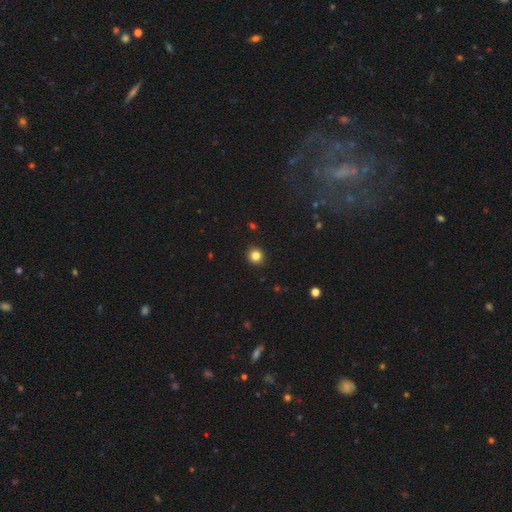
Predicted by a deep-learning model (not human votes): smooth 83%, star or artifact 12%, featured or disk 5%. Down the decision tree: how rounded — round (91%); merging — none (93%).